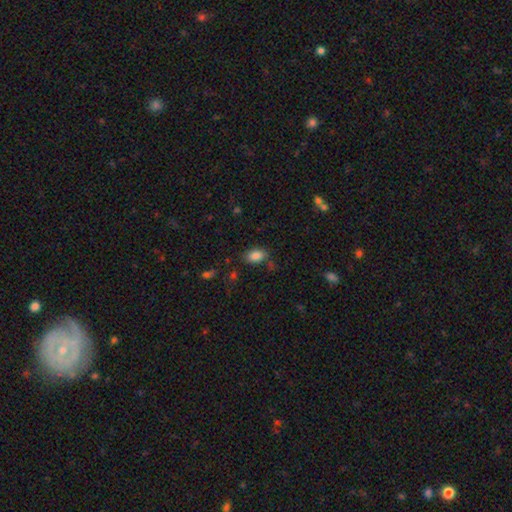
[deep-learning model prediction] A smooth galaxy with no disk features (85%) that is in between round and cigar-shaped (89%).

Vote fractions:
- Smooth or featured? smooth: 85% / star or artifact: 9% / featured or disk: 6%
- How rounded? in between: 89% / round: 9% / cigar-shaped: 2%
- Merging? none: 72% / minor disturbance: 18% / merger: 6% / major disturbance: 5%